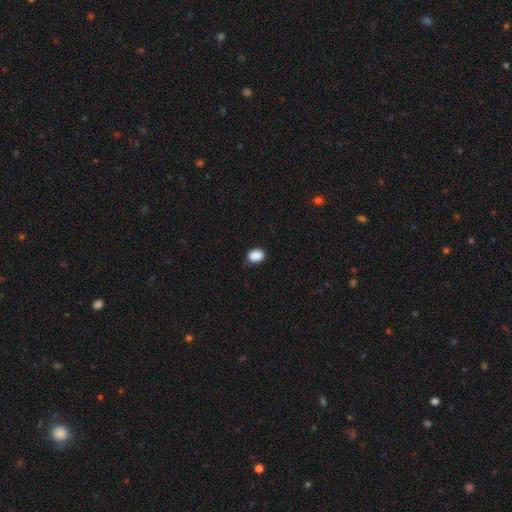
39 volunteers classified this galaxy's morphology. A smooth galaxy with no disk features (92%) that is in between round and cigar-shaped (61%).

Vote fractions:
- Smooth or featured? smooth: 92% / star or artifact: 8% / featured or disk: 0%
- How rounded? in between: 61% / round: 39% / cigar-shaped: 0%
- Merging? none: 67% / minor disturbance: 33% / major disturbance: 0% / merger: 0%